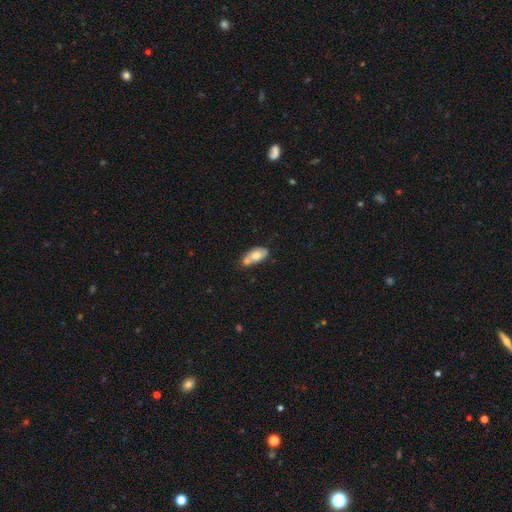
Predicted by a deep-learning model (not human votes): Smooth or featured? smooth (66%)
How rounded? in between (88%)
Merging? none (38%, tied with merger)